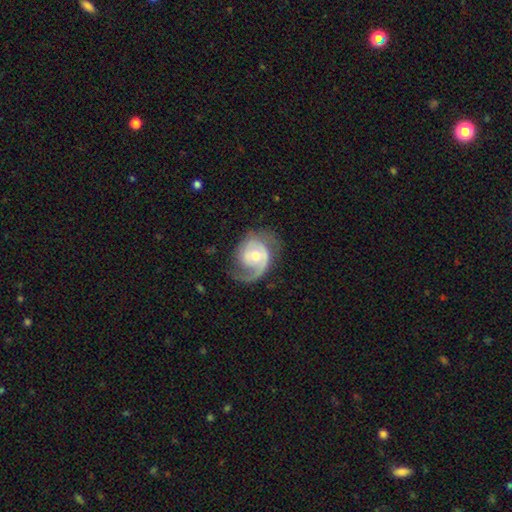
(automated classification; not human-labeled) featured or disk 83%, smooth 13%, star or artifact 5%. Down the decision tree: edge-on disk — no (98%); bar — no (66%); spiral arms — yes (93%); spiral arm count — 1 (53%); spiral winding — tight (42%); bulge size — moderate (66%); merging — none (55%).